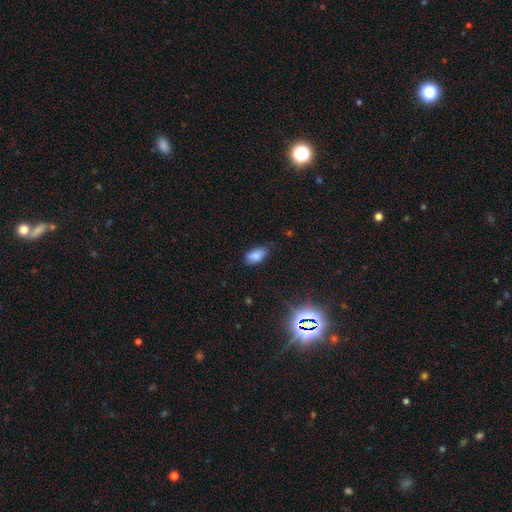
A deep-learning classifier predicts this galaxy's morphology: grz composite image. It shows a smooth galaxy with no disk features (82%) that is in between round and cigar-shaped (92%). Merging: none (68%).